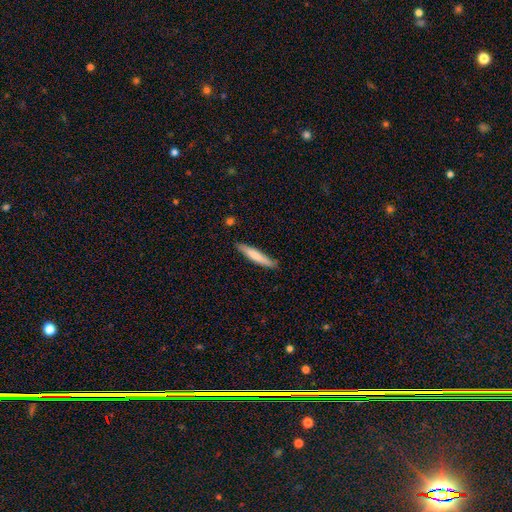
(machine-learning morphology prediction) smooth 74%, featured or disk 21%, star or artifact 5%. Down the decision tree: how rounded — cigar-shaped (91%); merging — none (85%).